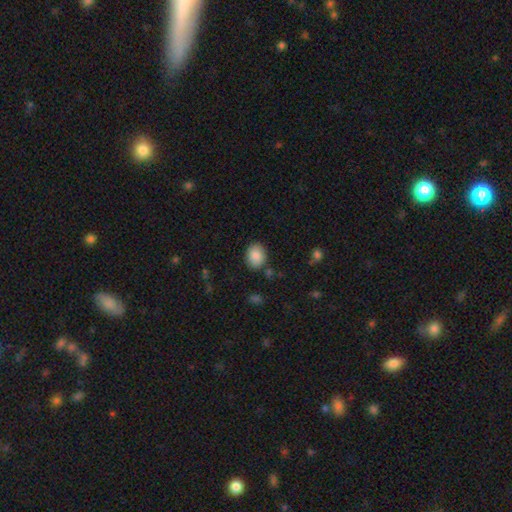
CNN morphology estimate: smooth_or_featured: smooth (p=0.88) [alt: star or artifact p=0.07]
how_rounded: in between (p=0.50) [alt: round p=0.49]
merging: none (p=0.84) [alt: minor disturbance p=0.10]